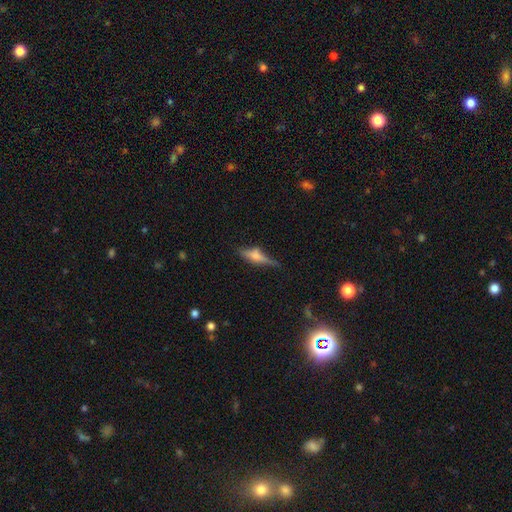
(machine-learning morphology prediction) A featured or disk galaxy (52%) viewed edge-on (90%). Merging: none (64%).